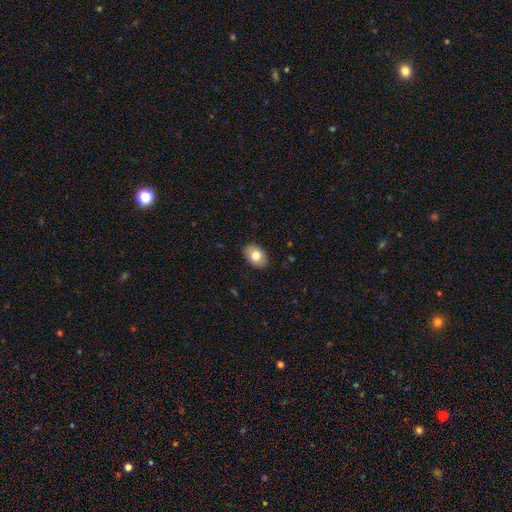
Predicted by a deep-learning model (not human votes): smooth-or-featured: smooth: 79% | featured or disk: 13% | star or artifact: 8%
  how-rounded: in between: 83% | round: 16% | cigar-shaped: 1%
  merging: none: 88% | minor disturbance: 9% | major disturbance: 2% | merger: 1%